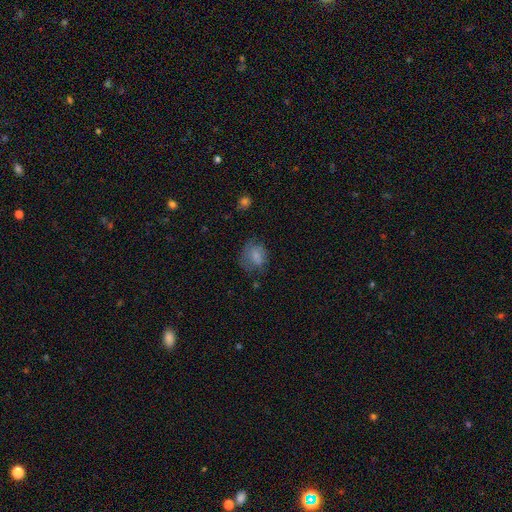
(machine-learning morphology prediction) Smooth or featured?
  - smooth: 70% *
  - featured or disk: 20%
  - star or artifact: 10%
How rounded?
  - round: 53% *
  - in between: 46%
  - cigar-shaped: 1%
Merging?
  - none: 51% *
  - minor disturbance: 28%
  - major disturbance: 19%
  - merger: 2%